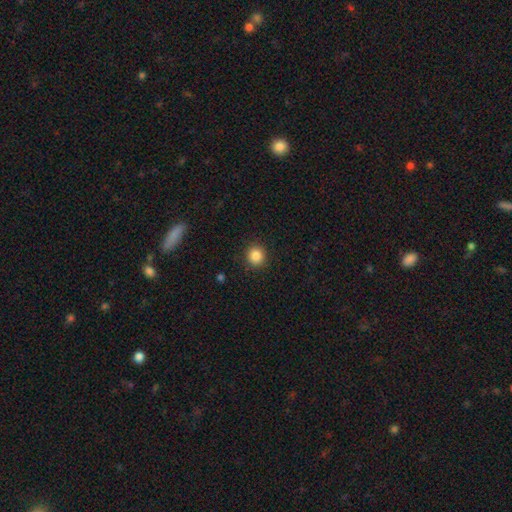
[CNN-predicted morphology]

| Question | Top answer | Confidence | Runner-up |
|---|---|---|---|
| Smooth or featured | smooth | 85% | star or artifact (11%) |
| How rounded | round | 90% | in between (9%) |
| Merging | none | 91% | minor disturbance (6%) |